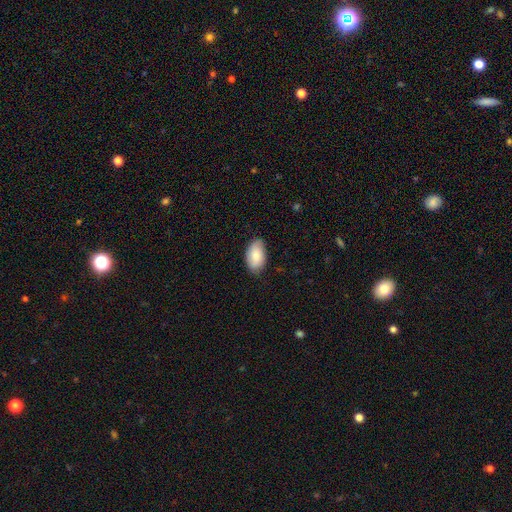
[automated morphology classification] A smooth galaxy with no disk features (85%) that is in between round and cigar-shaped (94%). Merging: none (77%).